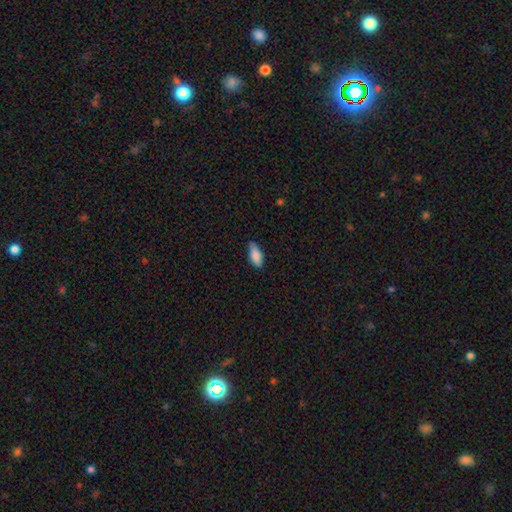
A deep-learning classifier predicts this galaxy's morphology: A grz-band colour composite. It shows a smooth galaxy with no disk features (83%) that is in between round and cigar-shaped (81%). Merging: none (72%).